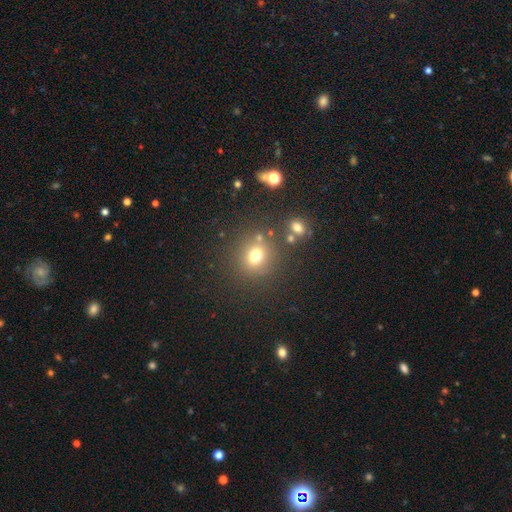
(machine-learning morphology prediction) Smooth or featured?
  - smooth: 73% *
  - star or artifact: 18%
  - featured or disk: 9%
How rounded?
  - round: 84% *
  - in between: 15%
  - cigar-shaped: 1%
Merging?
  - none: 77% *
  - minor disturbance: 10%
  - merger: 8%
  - major disturbance: 5%